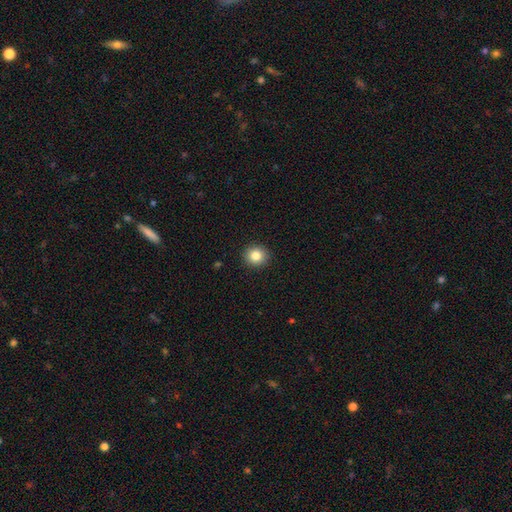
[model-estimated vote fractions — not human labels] This appears to be a smooth galaxy with no disk features (83%) that is round (88%). Merging: none (92%).